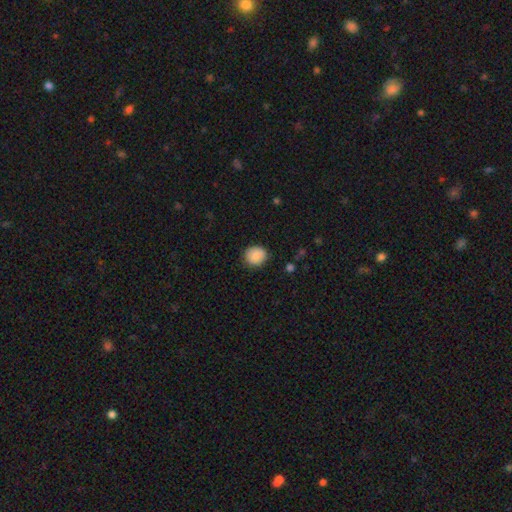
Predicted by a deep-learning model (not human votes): Overall: smooth (89%). How rounded: round (80%). Merging: none (86%).